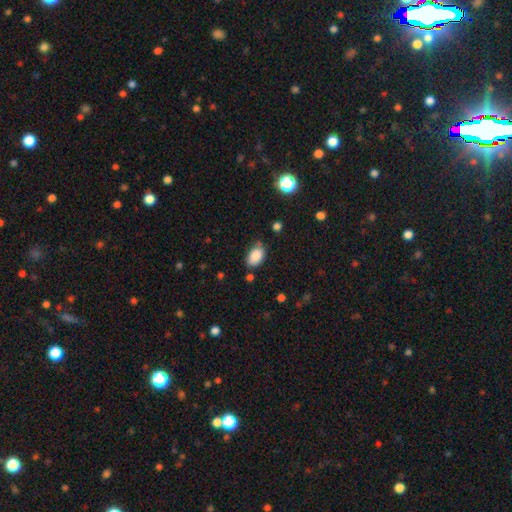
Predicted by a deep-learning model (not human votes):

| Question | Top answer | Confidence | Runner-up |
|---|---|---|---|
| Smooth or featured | smooth | 86% | star or artifact (8%) |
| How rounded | in between | 90% | round (8%) |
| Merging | none | 67% | minor disturbance (24%) |